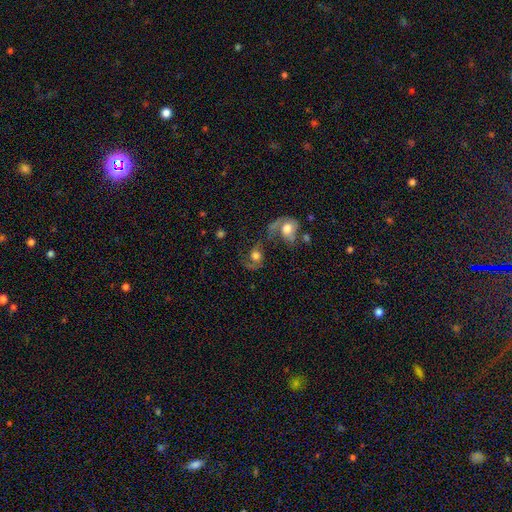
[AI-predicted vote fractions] Smooth or featured: featured or disk — 60% (smooth — 31%)
Edge-on disk: no — 97% (yes — 3%)
Bar: no — 72% (weak — 23%)
Spiral arms: yes — 85% (no — 15%)
Bulge size: large — 42% (moderate — 41%)
Merging: merger — 34% (none — 32%)